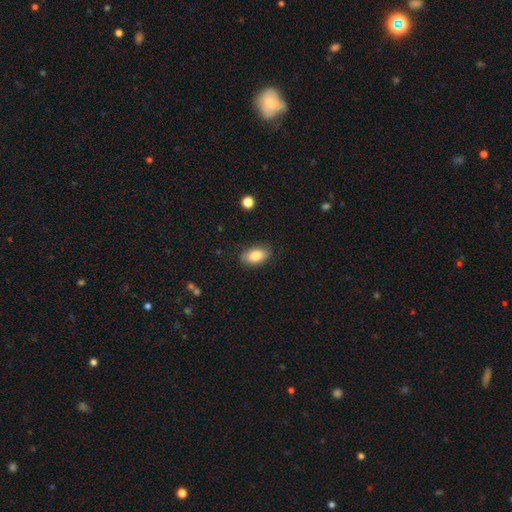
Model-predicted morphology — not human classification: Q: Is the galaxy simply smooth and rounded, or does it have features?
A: smooth — 83%.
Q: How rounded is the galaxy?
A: in between — 91%.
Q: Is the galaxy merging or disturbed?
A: none — 85%.